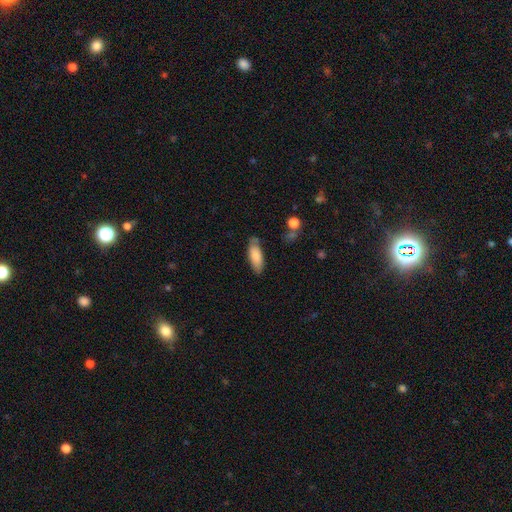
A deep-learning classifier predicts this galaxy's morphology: A smooth galaxy with no disk features (82%) that is in between round and cigar-shaped (73%). Merging: none (73%).